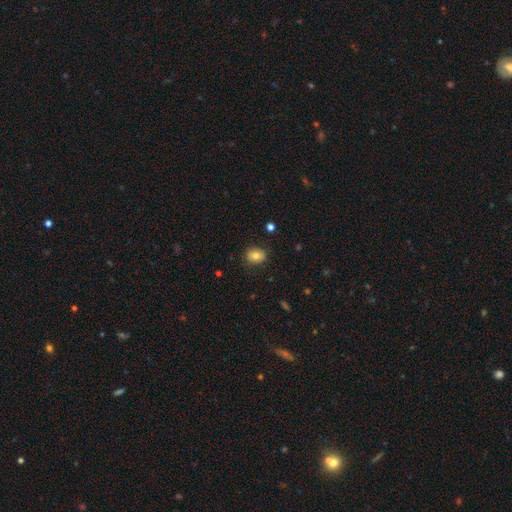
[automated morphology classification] This appears to be a smooth galaxy with no disk features (77%) that is in between round and cigar-shaped (51%). Merging: none (85%).